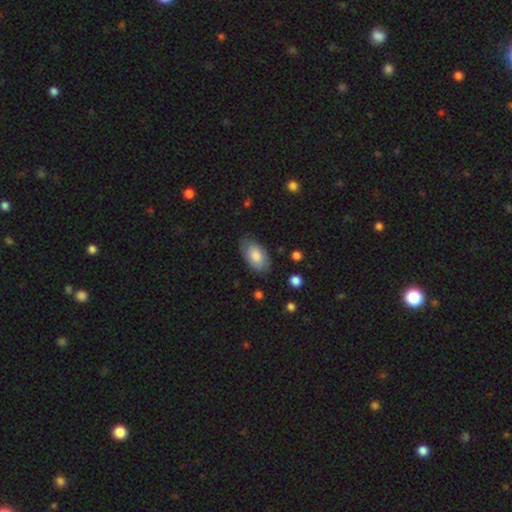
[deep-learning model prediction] Smooth or featured: smooth — 82% (featured or disk — 12%)
How rounded: in between — 94% (round — 3%)
Merging: none — 80% (minor disturbance — 16%)